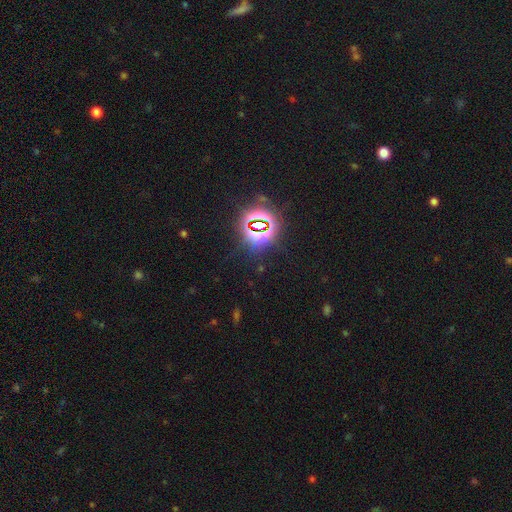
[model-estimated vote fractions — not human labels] This appears to be a star or artifact, not a galaxy (82%).